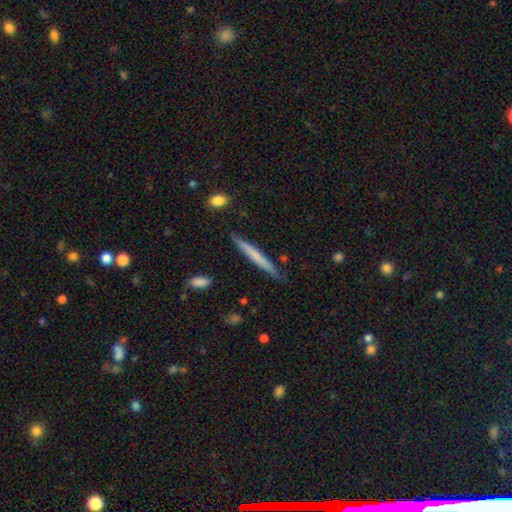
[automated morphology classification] A smooth galaxy with no disk features (60%) that is cigar-shaped (96%).

Vote fractions:
- Smooth or featured? smooth: 60% / featured or disk: 35% / star or artifact: 6%
- How rounded? cigar-shaped: 96% / in between: 2% / round: 1%
- Merging? none: 87% / minor disturbance: 10% / major disturbance: 2% / merger: 2%